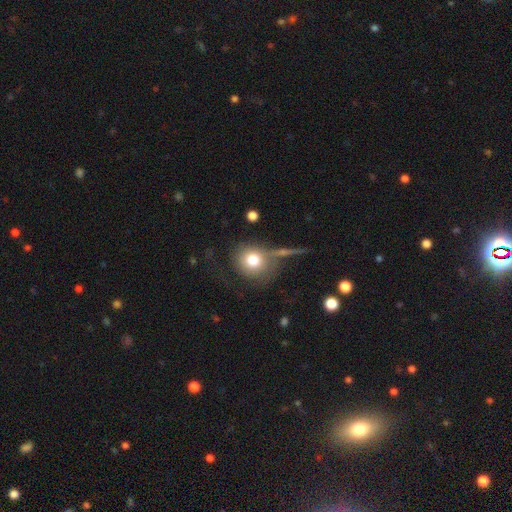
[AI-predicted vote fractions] Smooth or featured? Predicted: smooth (p=0.64). How rounded? Predicted: round (p=0.86). Merging? Predicted: none (p=0.57).